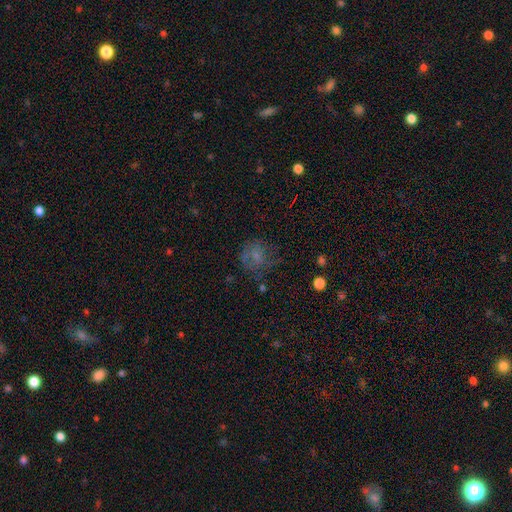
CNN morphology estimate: Q: Smooth or featured?
A: smooth (53%); runner-up: featured or disk (31%)
Q: How rounded?
A: round (74%); runner-up: in between (25%)
Q: Merging?
A: none (50%); runner-up: major disturbance (24%)